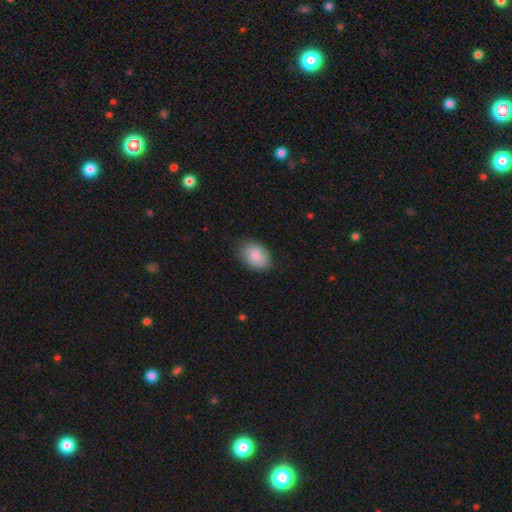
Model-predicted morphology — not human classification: Overall: smooth (86%). How rounded: in between (79%). Merging: none (77%).